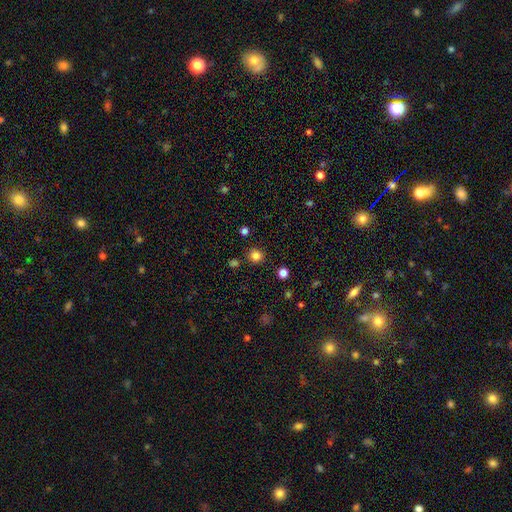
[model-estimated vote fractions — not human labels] Smooth or featured? smooth (82%)
How rounded? round (90%)
Merging? none (88%)